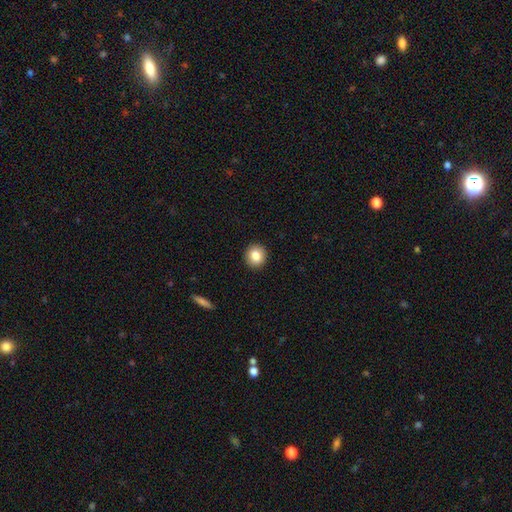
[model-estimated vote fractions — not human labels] This is clearly a smooth galaxy (83%). How rounded: clearly round (89%). Merging: clearly none (92%).